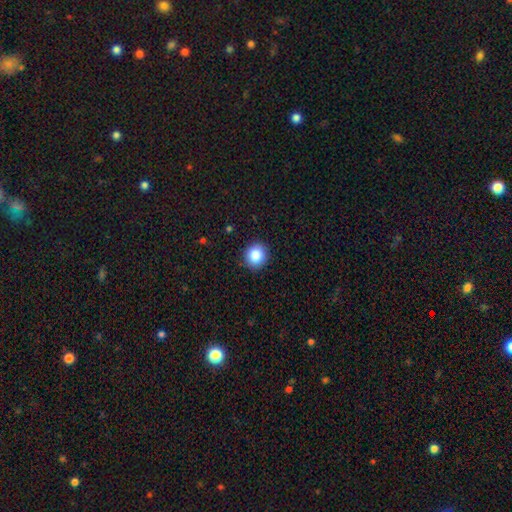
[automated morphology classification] smooth 87%, star or artifact 9%, featured or disk 4%. Down the decision tree: how rounded — round (86%); merging — none (91%).